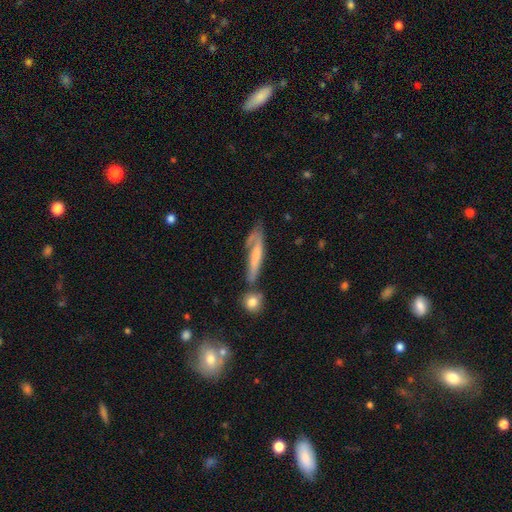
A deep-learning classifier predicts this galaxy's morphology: Smooth or featured?
  - smooth: 47% *
  - featured or disk: 46%
  - star or artifact: 7%
Merging?
  - none: 46% *
  - minor disturbance: 26%
  - major disturbance: 16%
  - merger: 12%